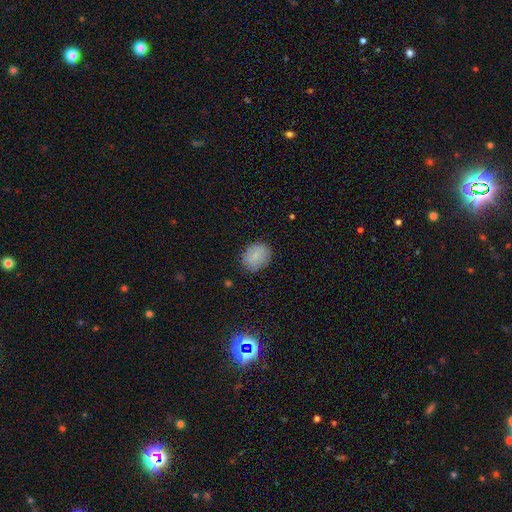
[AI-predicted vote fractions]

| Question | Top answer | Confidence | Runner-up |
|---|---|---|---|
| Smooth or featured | smooth | 79% | featured or disk (12%) |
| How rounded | round | 54% | in between (45%) |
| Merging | none | 83% | minor disturbance (13%) |